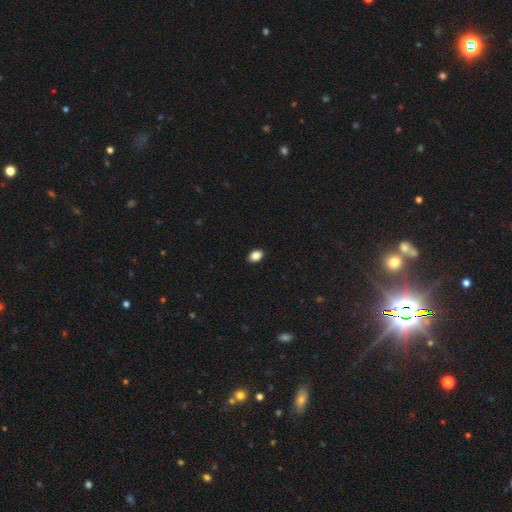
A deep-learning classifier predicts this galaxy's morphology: smooth 87%, star or artifact 9%, featured or disk 4%. Down the decision tree: how rounded — in between (78%); merging — none (91%).